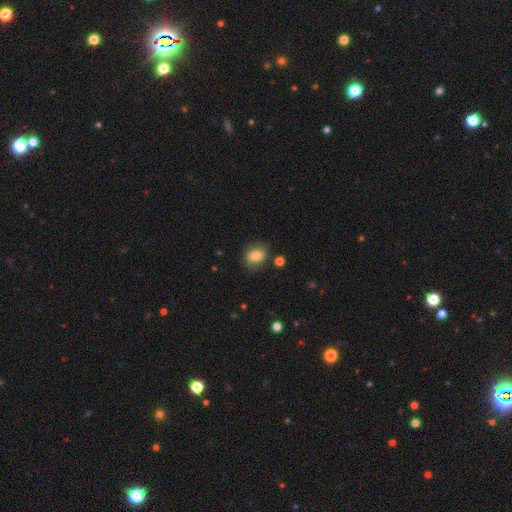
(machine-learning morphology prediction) This is likely a smooth galaxy (76%). How rounded: possibly in between (54%). Merging: likely none (78%).